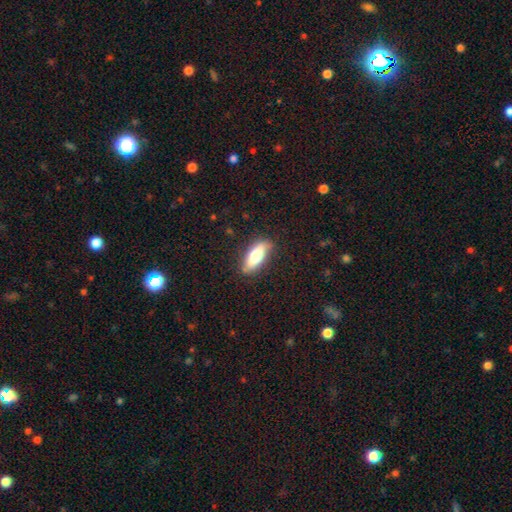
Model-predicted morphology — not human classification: A smooth galaxy with no disk features (66%) that is in between round and cigar-shaped (62%).

Vote fractions:
- Smooth or featured? smooth: 66% / featured or disk: 28% / star or artifact: 6%
- How rounded? in between: 62% / cigar-shaped: 36% / round: 3%
- Merging? none: 83% / minor disturbance: 13% / major disturbance: 3% / merger: 1%